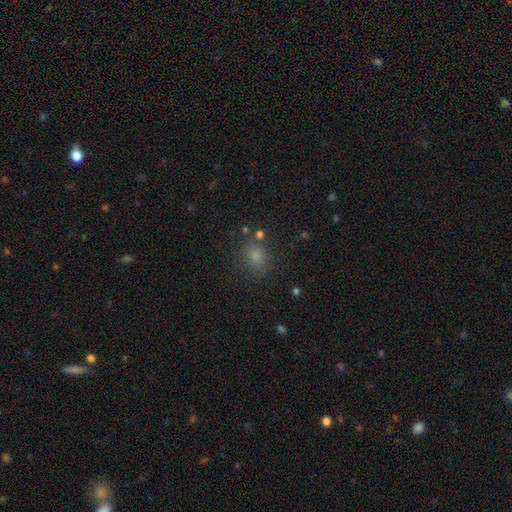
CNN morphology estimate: Overall: smooth (68%). How rounded: round (69%; in between 30%). Merging: none (81%).